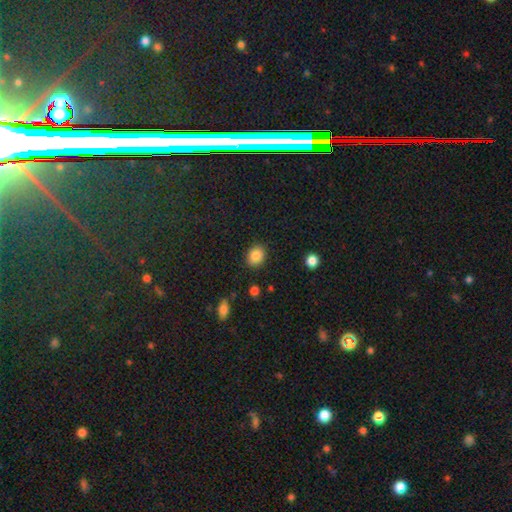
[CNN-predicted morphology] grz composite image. It shows a smooth galaxy with no disk features (86%) that is in between round and cigar-shaped (54%). Merging: none (87%).